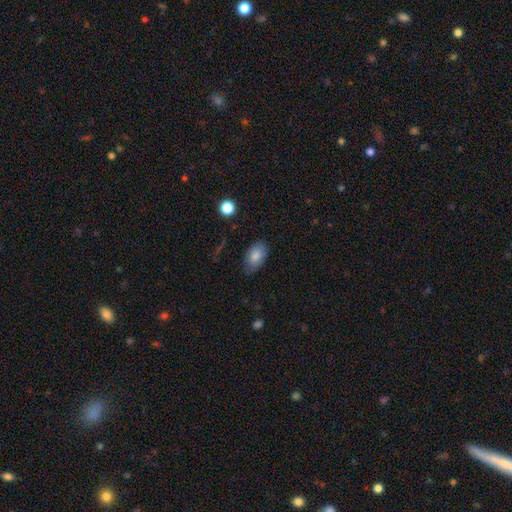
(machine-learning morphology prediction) Smooth or featured? smooth (84%)
How rounded? in between (93%)
Merging? none (77%)